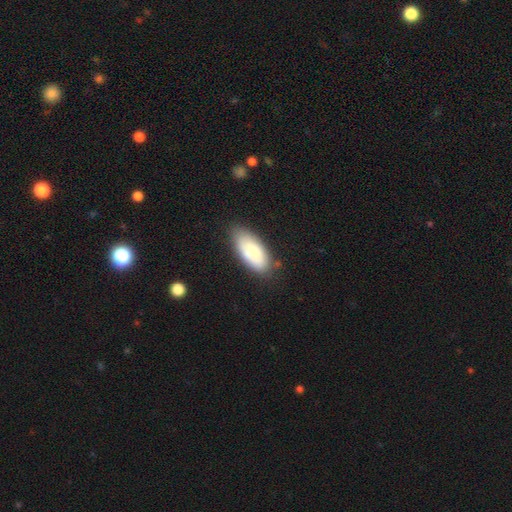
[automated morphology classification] smooth 74%, featured or disk 19%, star or artifact 6%. Down the decision tree: how rounded — in between (89%); merging — none (75%).